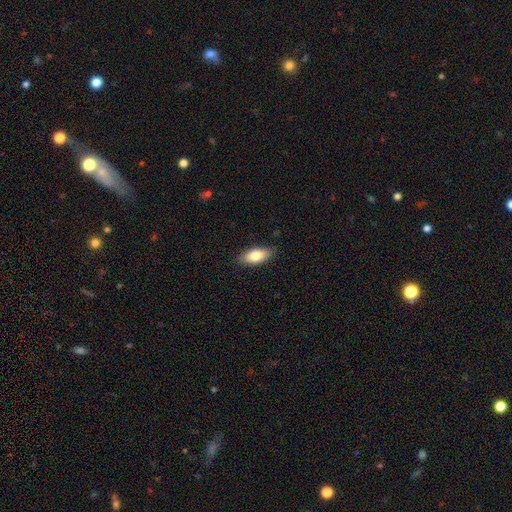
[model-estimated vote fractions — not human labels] Smooth or featured? Predicted: smooth (p=0.80). How rounded? Predicted: in between (p=0.87). Merging? Predicted: none (p=0.87).